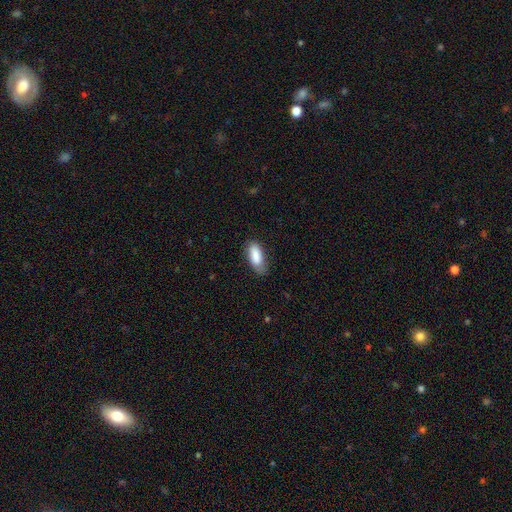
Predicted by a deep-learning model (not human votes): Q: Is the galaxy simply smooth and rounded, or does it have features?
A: smooth — 84%.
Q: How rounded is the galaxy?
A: in between — 81%.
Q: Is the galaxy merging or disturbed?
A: none — 67%.